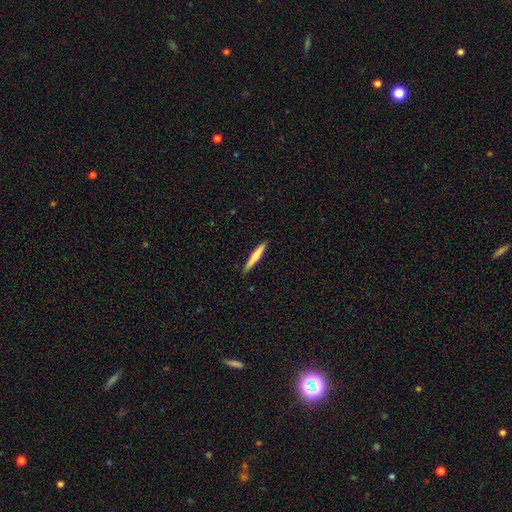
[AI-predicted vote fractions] Smooth or featured: smooth — 70% (featured or disk — 25%)
How rounded: cigar-shaped — 94% (in between — 4%)
Merging: none — 91% (minor disturbance — 7%)